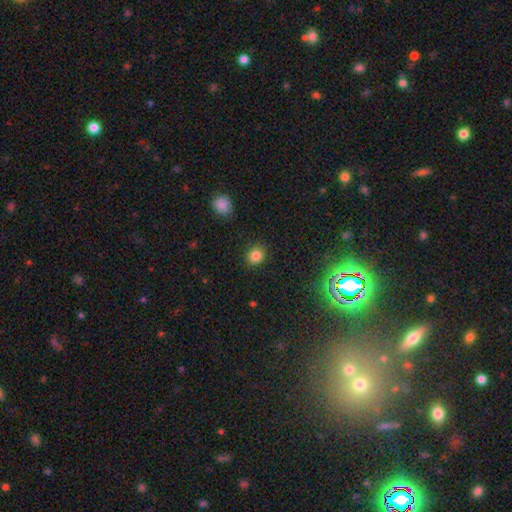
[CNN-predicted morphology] Smooth or featured? Predicted: smooth (p=0.84). How rounded? Predicted: round (p=0.75). Merging? Predicted: none (p=0.89).